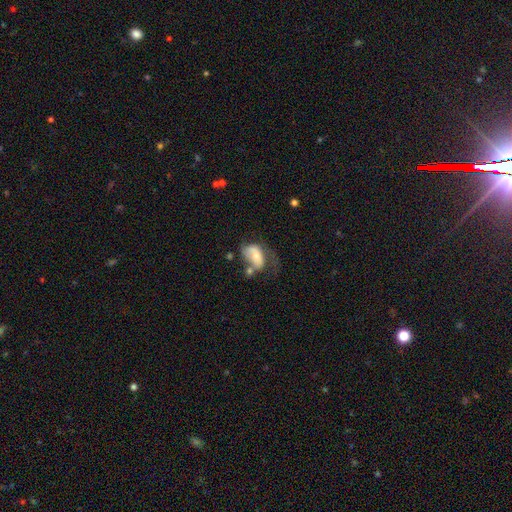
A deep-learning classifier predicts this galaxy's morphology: This is possibly a smooth galaxy (53%). How rounded: clearly in between (89%). Merging: marginally major disturbance (37%).